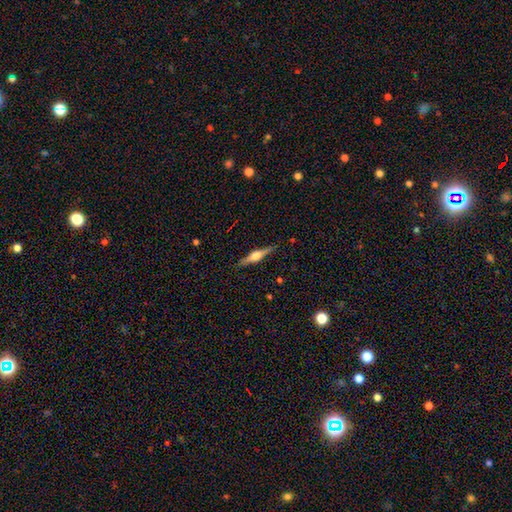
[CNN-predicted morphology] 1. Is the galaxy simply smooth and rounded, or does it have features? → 73% featured or disk, 21% smooth, 6% star or artifact.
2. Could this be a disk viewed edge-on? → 98% yes, 2% no.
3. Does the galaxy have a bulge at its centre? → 87% rounded, 11% boxy, 2% none.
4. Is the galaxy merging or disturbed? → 89% none, 8% minor disturbance, 2% major disturbance, 1% merger.